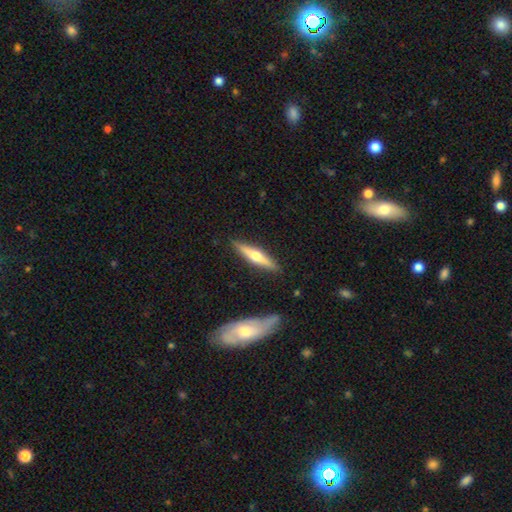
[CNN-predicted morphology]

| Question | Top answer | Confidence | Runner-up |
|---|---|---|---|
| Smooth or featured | featured or disk | 53% | smooth (41%) |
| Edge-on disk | yes | 95% | no (5%) |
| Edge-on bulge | rounded | 88% | none (8%) |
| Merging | none | 88% | minor disturbance (8%) |